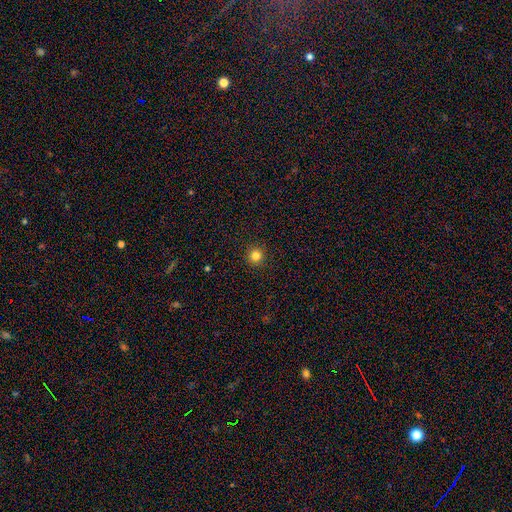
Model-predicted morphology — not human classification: smooth 82%, star or artifact 13%, featured or disk 5%. Down the decision tree: how rounded — round (95%); merging — none (93%).